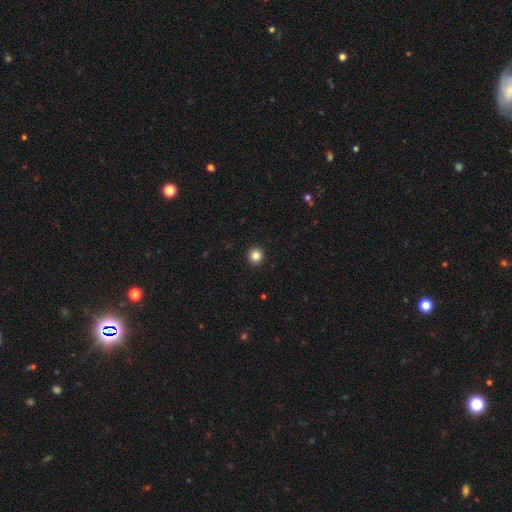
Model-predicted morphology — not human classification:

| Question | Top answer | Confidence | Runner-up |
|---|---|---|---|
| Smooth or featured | smooth | 84% | star or artifact (11%) |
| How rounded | round | 94% | in between (5%) |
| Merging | none | 94% | minor disturbance (4%) |